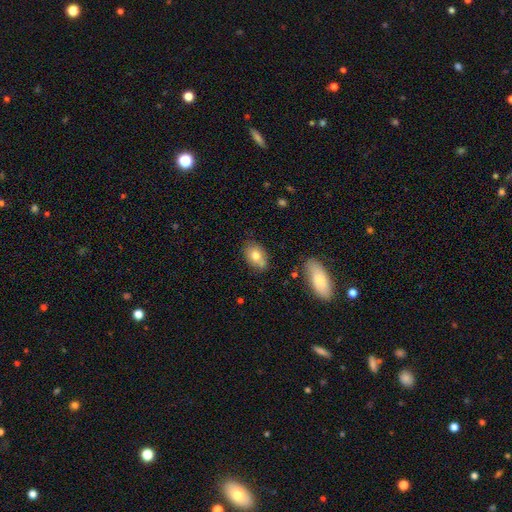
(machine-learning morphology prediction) Smooth or featured: smooth — 75% (featured or disk — 16%)
How rounded: in between — 77% (round — 21%)
Merging: none — 66% (minor disturbance — 20%)